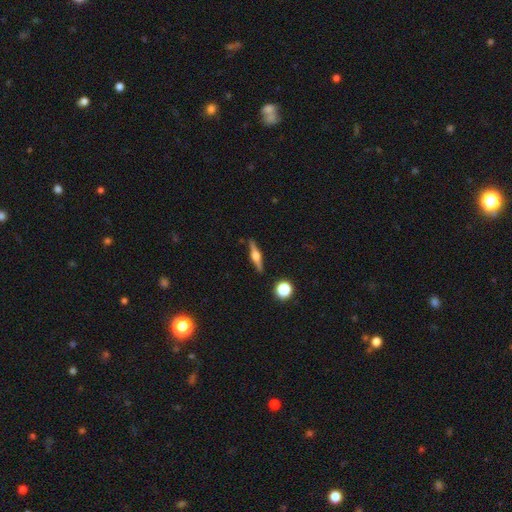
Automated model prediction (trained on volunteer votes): This is likely a featured or disk galaxy (74%). It is clearly viewed edge-on (98%). Edge-on bulge: clearly rounded (90%). Merging: clearly none (89%).